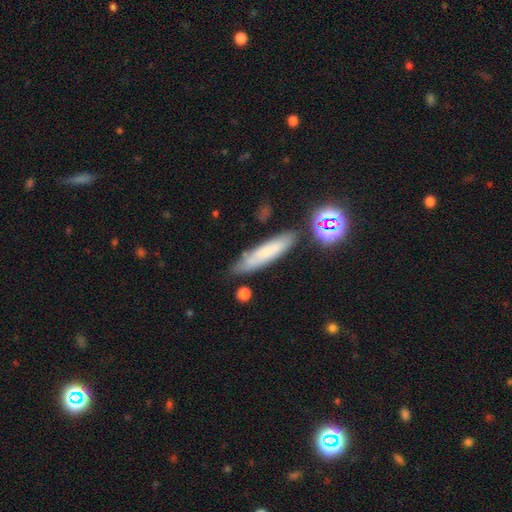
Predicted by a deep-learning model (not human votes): smooth-or-featured: smooth: 63% | featured or disk: 27% | star or artifact: 10%
  how-rounded: cigar-shaped: 78% | in between: 20% | round: 2%
  merging: none: 76% | minor disturbance: 15% | merger: 5% | major disturbance: 4%